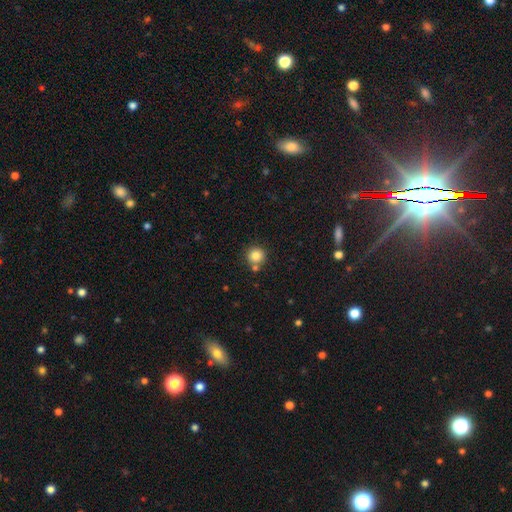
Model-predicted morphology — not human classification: A smooth galaxy with no disk features (84%) that is round (93%).

Vote fractions:
- Smooth or featured? smooth: 84% / star or artifact: 11% / featured or disk: 6%
- How rounded? round: 93% / in between: 6% / cigar-shaped: 1%
- Merging? none: 75% / merger: 14% / minor disturbance: 9% / major disturbance: 3%